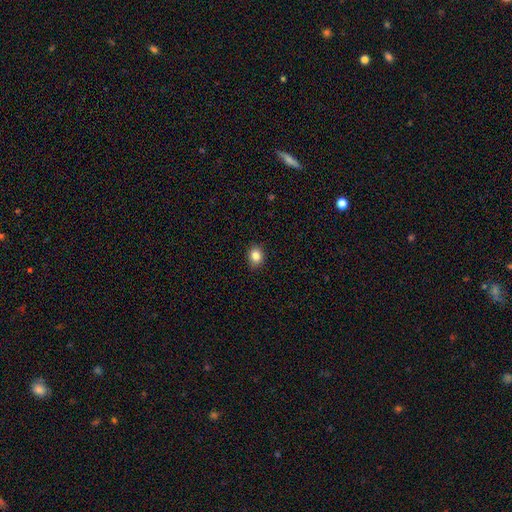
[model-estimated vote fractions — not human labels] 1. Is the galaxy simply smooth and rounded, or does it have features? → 84% smooth, 10% star or artifact, 6% featured or disk.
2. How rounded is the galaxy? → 54% round, 45% in between, 1% cigar-shaped.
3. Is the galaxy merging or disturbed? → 88% none, 9% minor disturbance, 2% major disturbance, 1% merger.